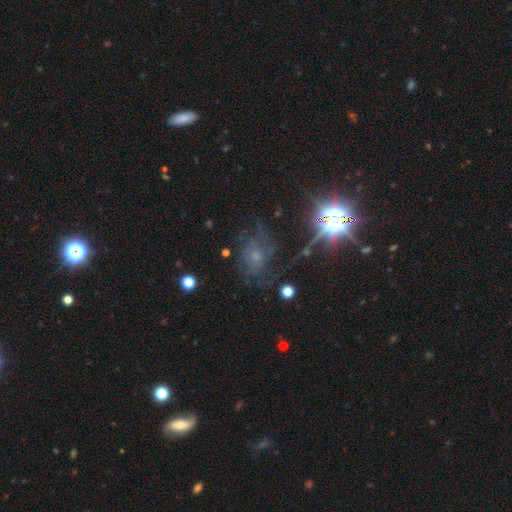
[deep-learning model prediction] This is marginally a star or artifact rather than a galaxy (40%, tied with featured or disk).